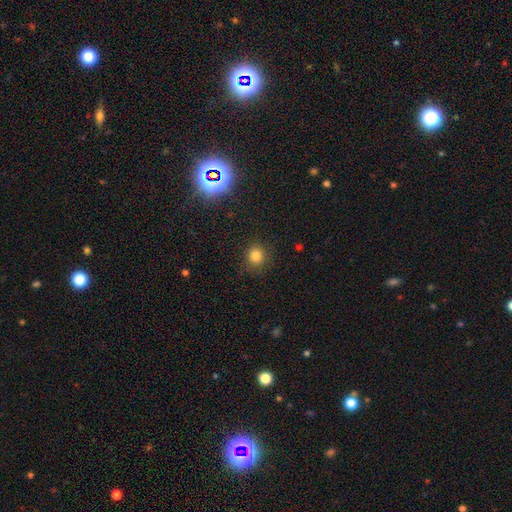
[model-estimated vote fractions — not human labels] smooth 81%, star or artifact 14%, featured or disk 5%. Down the decision tree: how rounded — round (88%); merging — none (86%).